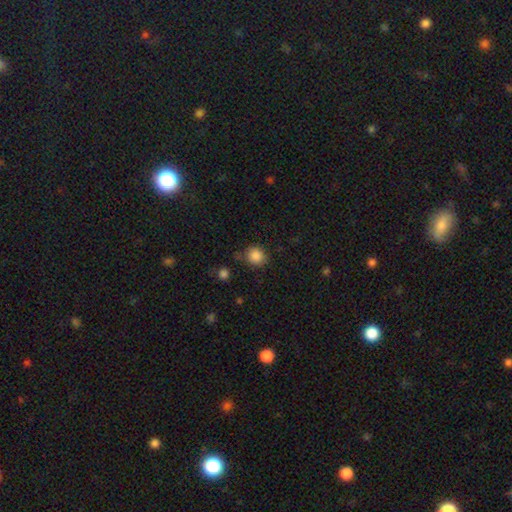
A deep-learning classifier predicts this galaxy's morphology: Smooth or featured? Predicted: smooth (p=0.86). How rounded? Predicted: round (p=0.81). Merging? Predicted: none (p=0.77).